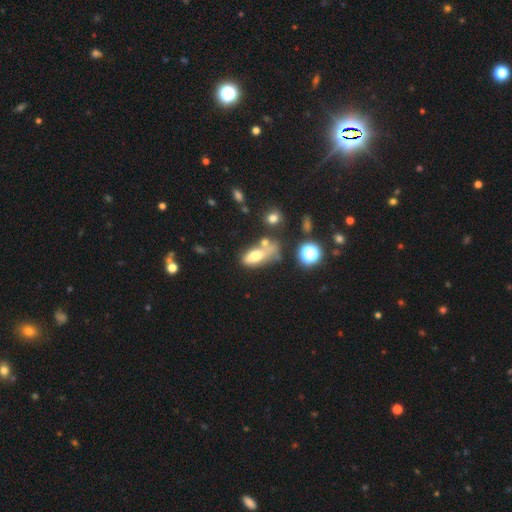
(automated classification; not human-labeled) A smooth galaxy with no disk features (65%) that is in between round and cigar-shaped (77%).

Vote fractions:
- Smooth or featured? smooth: 65% / featured or disk: 21% / star or artifact: 13%
- How rounded? in between: 77% / cigar-shaped: 16% / round: 8%
- Merging? none: 30% (tied) / merger: 30% (tied) / minor disturbance: 20% / major disturbance: 19%